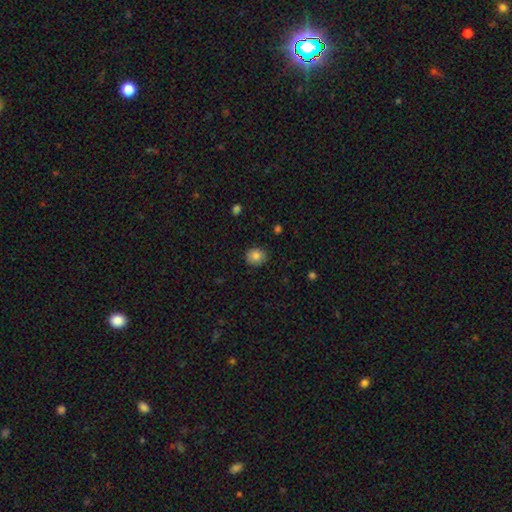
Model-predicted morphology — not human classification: The model was most divided on "how rounded": round: 81%, in between: 18%, cigar-shaped: 1%. More confident: merging — none (87%); smooth or featured — smooth (84%).